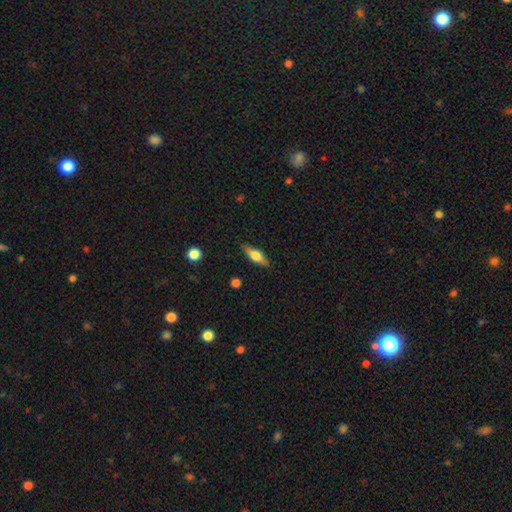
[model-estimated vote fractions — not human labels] Smooth or featured? Predicted: featured or disk (p=0.48). Merging? Predicted: none (p=0.87).